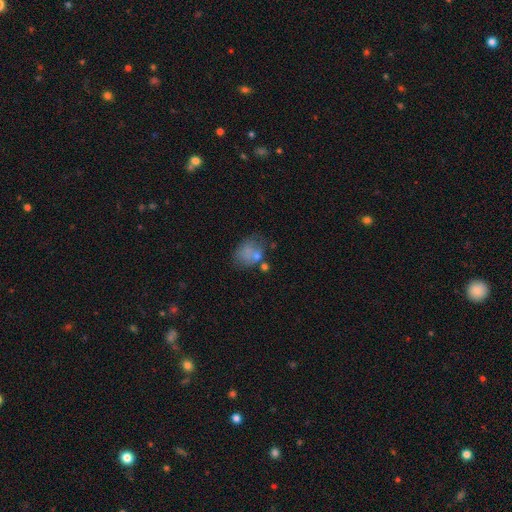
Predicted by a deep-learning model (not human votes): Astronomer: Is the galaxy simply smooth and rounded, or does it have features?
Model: smooth — 64%.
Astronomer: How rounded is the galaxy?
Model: in between — 55% (runner-up: round, 44%).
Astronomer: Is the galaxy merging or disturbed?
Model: none — 45% (runner-up: minor disturbance, 24%).